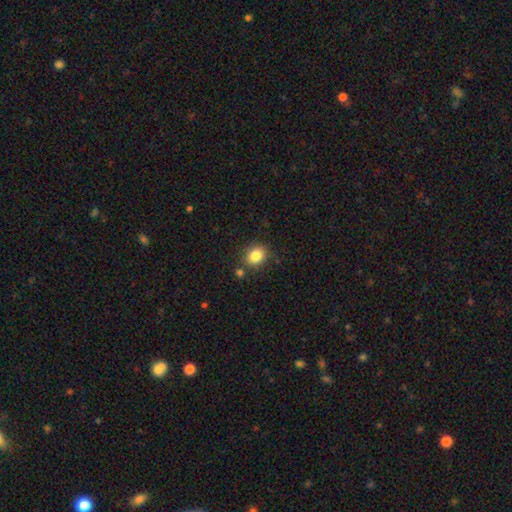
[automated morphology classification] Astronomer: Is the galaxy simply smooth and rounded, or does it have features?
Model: smooth — 84%.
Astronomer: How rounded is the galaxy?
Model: round — 58% (runner-up: in between, 41%).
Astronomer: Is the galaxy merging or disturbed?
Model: none — 80%.